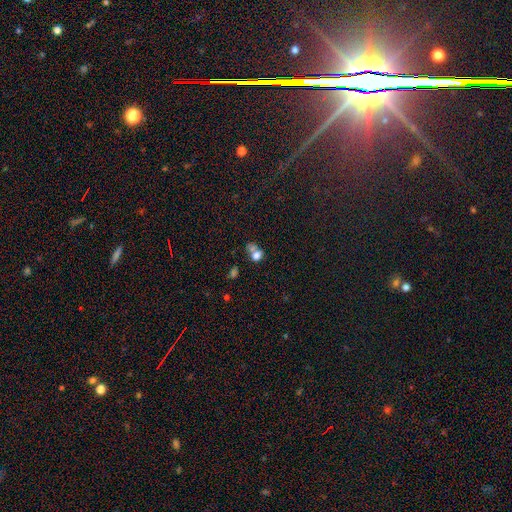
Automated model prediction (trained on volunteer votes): Smooth or featured?
  - smooth: 67% *
  - star or artifact: 18%
  - featured or disk: 16%
How rounded?
  - round: 54% *
  - in between: 45%
  - cigar-shaped: 1%
Merging?
  - merger: 47% *
  - none: 33%
  - minor disturbance: 11%
  - major disturbance: 9%